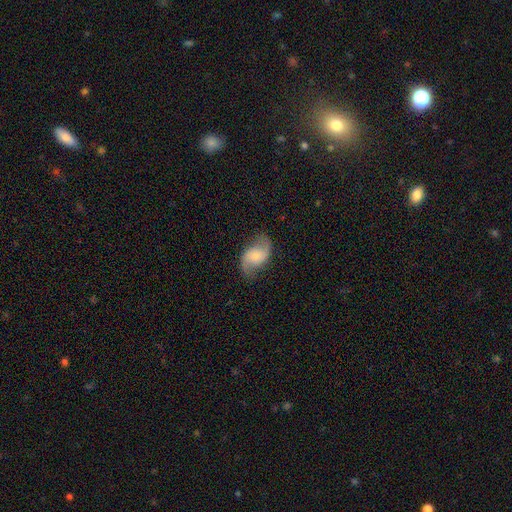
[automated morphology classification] smooth_or_featured: featured or disk (p=0.75) [alt: smooth p=0.19]
disk_edge_on: no (p=0.97) [alt: yes p=0.03]
bar: no (p=0.60) [alt: weak p=0.32]
has_spiral_arms: yes (p=0.95) [alt: no p=0.05]
spiral_winding: loose (p=0.59) [alt: medium p=0.32]
spiral_arm_count: 2 (p=0.93) [alt: can't tell p=0.03]
bulge_size: small (p=0.51) [alt: moderate p=0.34]
merging: none (p=0.77) [alt: minor disturbance p=0.16]